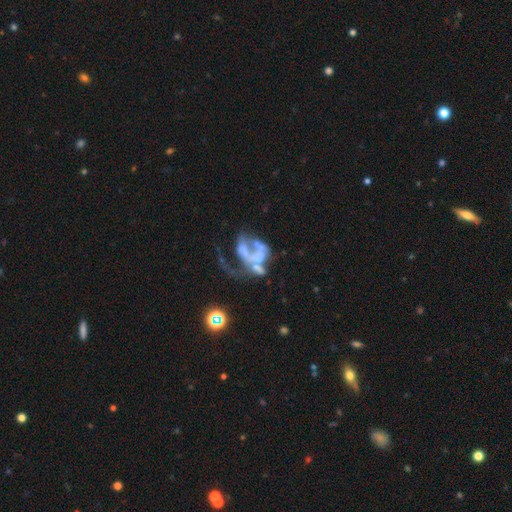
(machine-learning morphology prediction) smooth_or_featured: featured or disk (p=0.66) [alt: smooth p=0.20]
disk_edge_on: no (p=0.98) [alt: yes p=0.02]
bar: no (p=0.87) [alt: weak p=0.09]
has_spiral_arms: no (p=0.77) [alt: yes p=0.23]
bulge_size: none (p=0.75) [alt: small p=0.10]
merging: major disturbance (p=0.44) [alt: merger p=0.31]